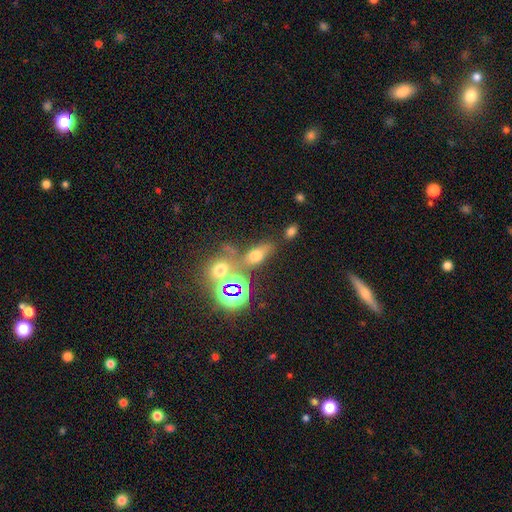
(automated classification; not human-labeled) A smooth galaxy with no disk features (56%) that is in between round and cigar-shaped (69%).

Vote fractions:
- Smooth or featured? smooth: 56% / star or artifact: 29% / featured or disk: 15%
- How rounded? in between: 69% / round: 18% / cigar-shaped: 13%
- Merging? none: 57% / merger: 23% / minor disturbance: 13% / major disturbance: 7%